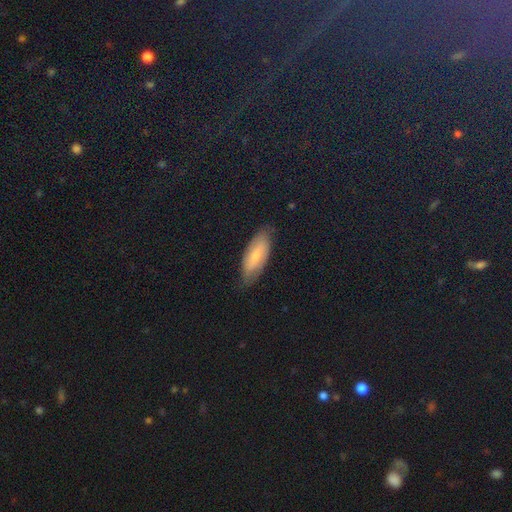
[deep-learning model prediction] Smooth or featured? smooth (55%)
How rounded? in between (77%)
Merging? none (76%)